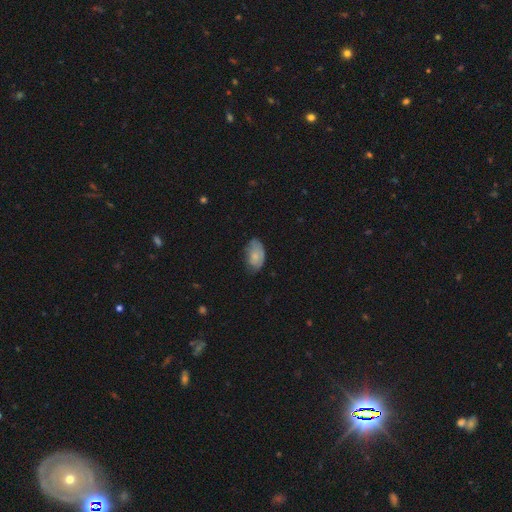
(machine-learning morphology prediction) Smooth or featured?
  - smooth: 74% *
  - featured or disk: 18%
  - star or artifact: 7%
How rounded?
  - in between: 92% *
  - round: 6%
  - cigar-shaped: 2%
Merging?
  - none: 57% *
  - minor disturbance: 33%
  - major disturbance: 8%
  - merger: 1%